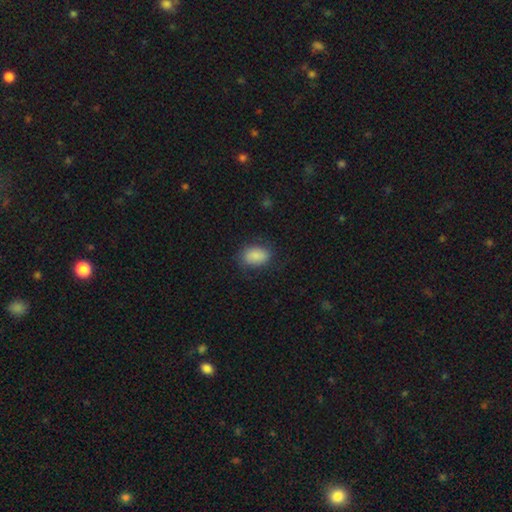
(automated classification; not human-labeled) Smooth or featured? smooth (86%)
How rounded? in between (83%)
Merging? none (77%)